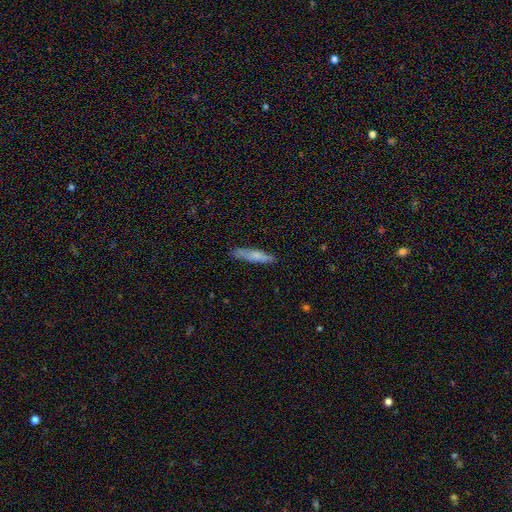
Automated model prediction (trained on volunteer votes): Overall: smooth (68%). How rounded: cigar-shaped (87%). Merging: none (84%).